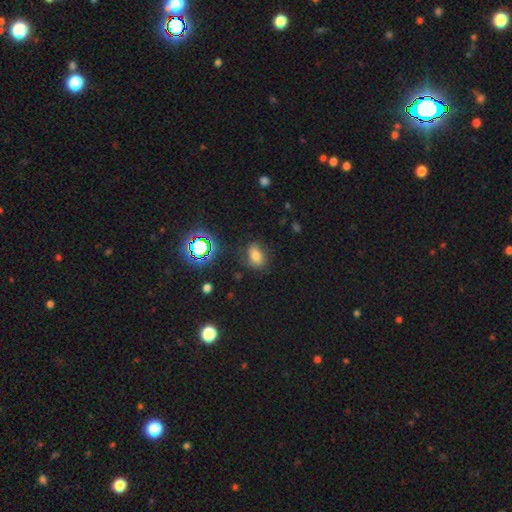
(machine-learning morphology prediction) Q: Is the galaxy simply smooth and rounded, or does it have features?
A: smooth — 66%.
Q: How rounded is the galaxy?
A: in between — 78%.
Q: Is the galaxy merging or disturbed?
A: none — 73%.